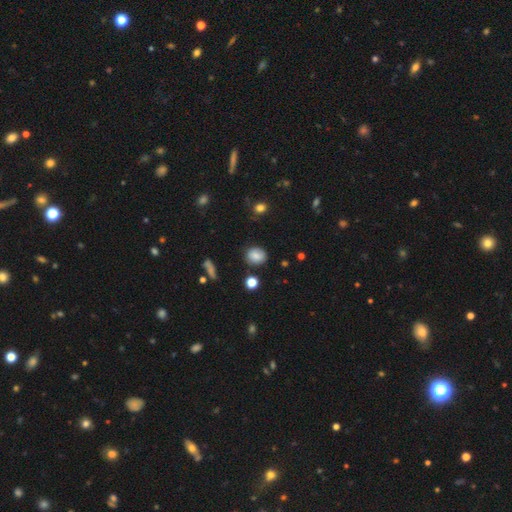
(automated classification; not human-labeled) Q: Smooth or featured?
A: smooth (81%); runner-up: star or artifact (11%)
Q: How rounded?
A: round (64%); runner-up: in between (34%)
Q: Merging?
A: none (81%); runner-up: minor disturbance (13%)